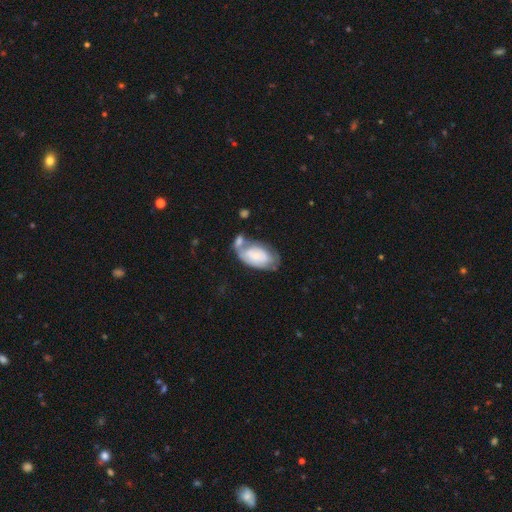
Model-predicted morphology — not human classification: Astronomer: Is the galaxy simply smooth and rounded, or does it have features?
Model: smooth — 48% (runner-up: featured or disk, 46%).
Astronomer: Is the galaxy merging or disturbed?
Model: merger — 32% (runner-up: none, 30%).